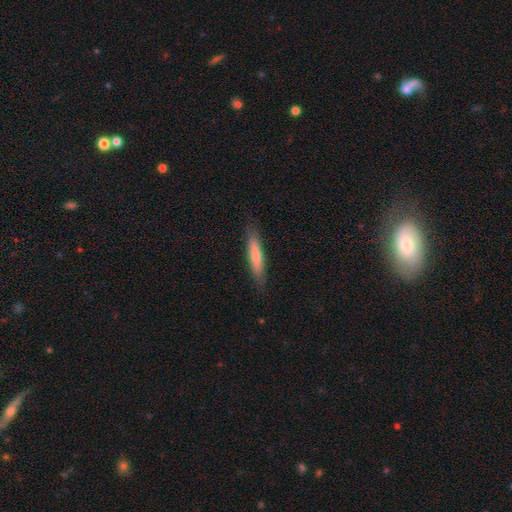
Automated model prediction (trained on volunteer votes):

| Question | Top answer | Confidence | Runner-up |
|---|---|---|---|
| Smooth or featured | smooth | 73% | featured or disk (21%) |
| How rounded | cigar-shaped | 88% | in between (11%) |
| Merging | none | 86% | minor disturbance (11%) |